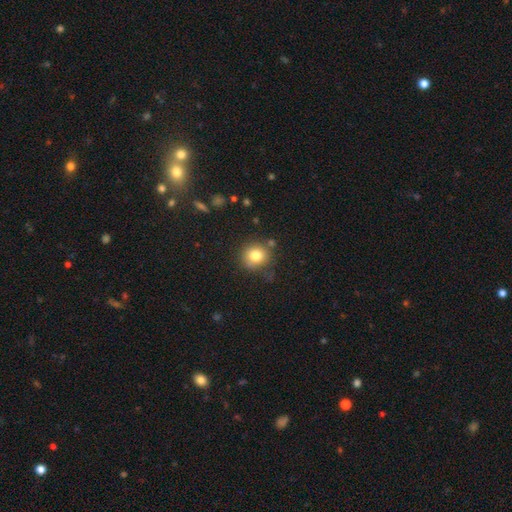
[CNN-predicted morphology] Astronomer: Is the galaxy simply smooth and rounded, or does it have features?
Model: smooth — 79%.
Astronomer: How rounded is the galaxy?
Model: round — 86%.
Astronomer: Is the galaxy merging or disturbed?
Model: none — 78%.